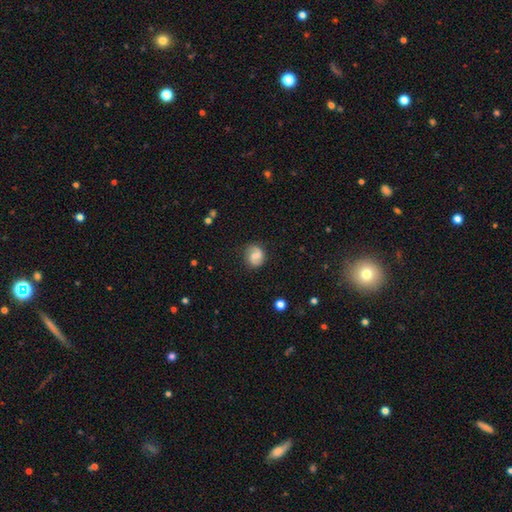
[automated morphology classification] smooth-or-featured: featured or disk: 50% | smooth: 41% | star or artifact: 9%
  merging: none: 77% | minor disturbance: 16% | major disturbance: 5% | merger: 2%